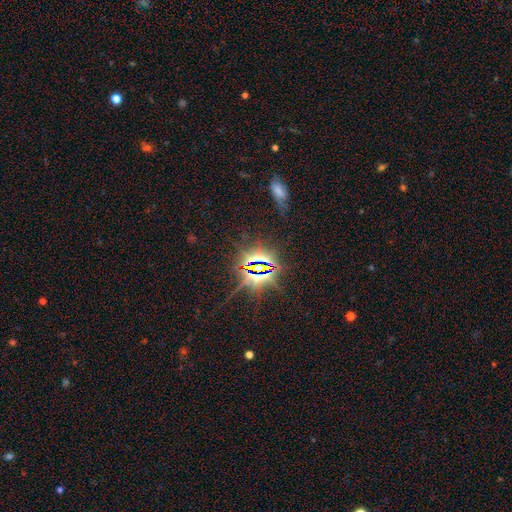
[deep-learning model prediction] This appears to be a star or artifact, not a galaxy (81%).